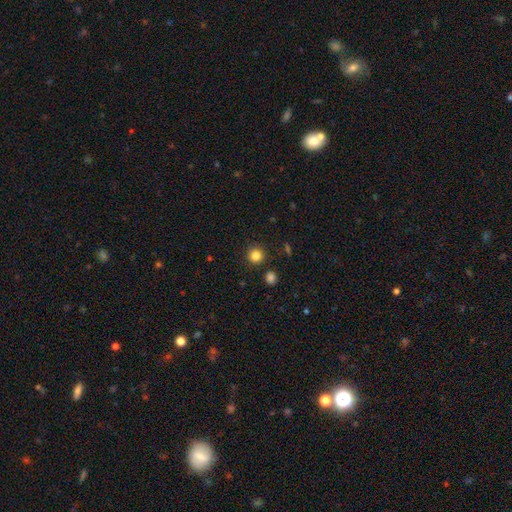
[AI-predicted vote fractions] Smooth or featured? smooth (84%)
How rounded? round (94%)
Merging? none (89%)